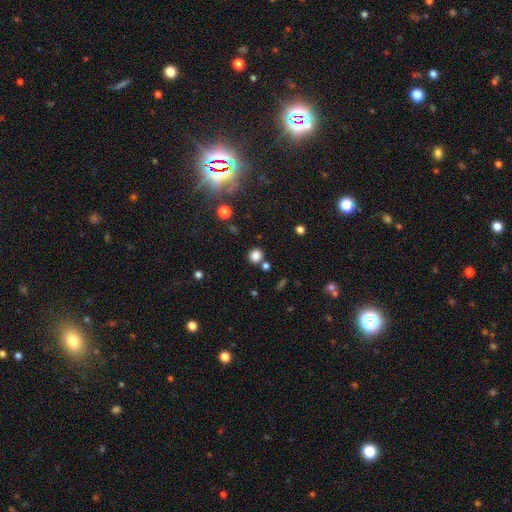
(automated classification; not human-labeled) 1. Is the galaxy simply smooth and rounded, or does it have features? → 80% smooth, 15% star or artifact, 5% featured or disk.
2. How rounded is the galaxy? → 85% round, 14% in between, 1% cigar-shaped.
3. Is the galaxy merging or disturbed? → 79% none, 9% minor disturbance, 9% merger, 3% major disturbance.